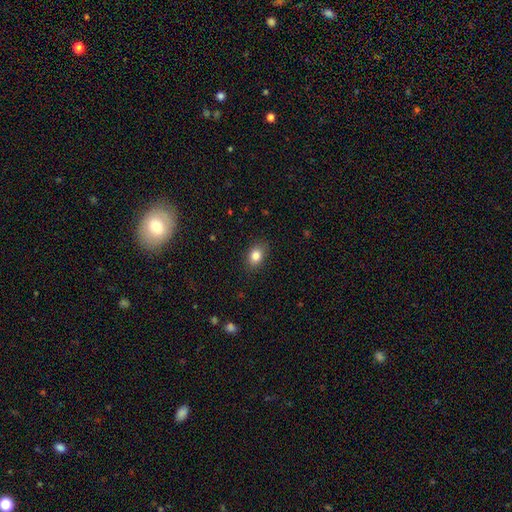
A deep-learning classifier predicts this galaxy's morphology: Smooth or featured: smooth — 84% (star or artifact — 9%)
How rounded: in between — 71% (round — 28%)
Merging: none — 87% (minor disturbance — 10%)